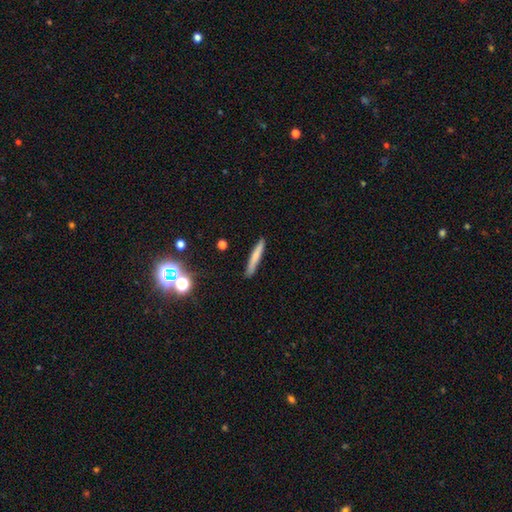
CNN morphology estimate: type=smooth (72%); roundness=cigar-shaped (95%); merging=none (88%).